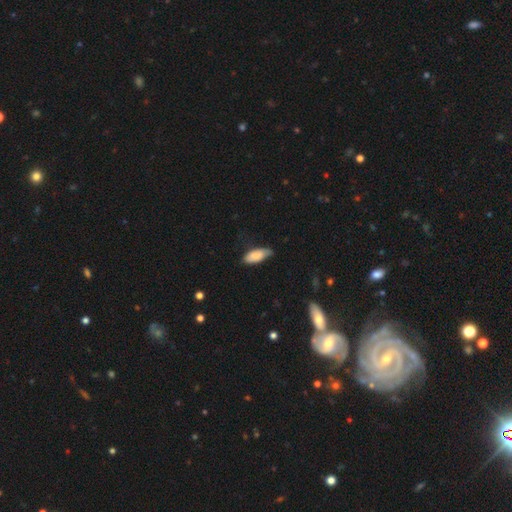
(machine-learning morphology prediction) smooth 83%, featured or disk 11%, star or artifact 6%. Down the decision tree: how rounded — in between (82%); merging — none (55%).